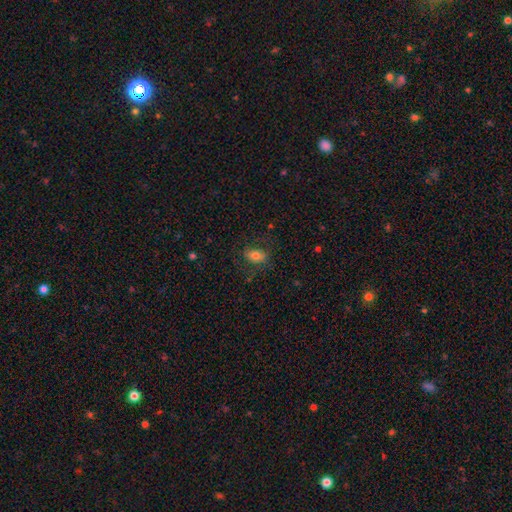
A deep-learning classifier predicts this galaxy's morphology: smooth-or-featured: smooth: 74% | featured or disk: 17% | star or artifact: 9%
  how-rounded: in between: 83% | round: 15% | cigar-shaped: 2%
  merging: none: 75% | minor disturbance: 15% | major disturbance: 9% | merger: 1%